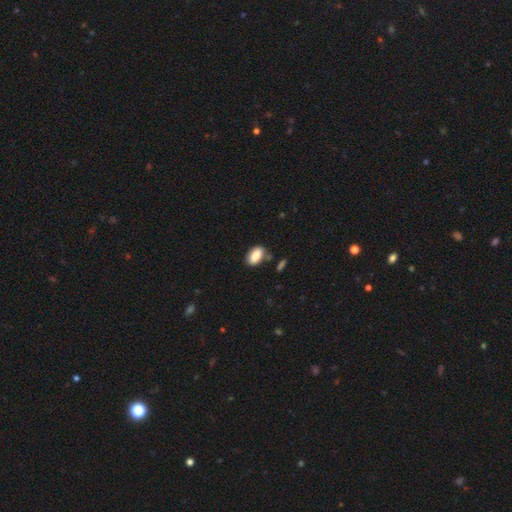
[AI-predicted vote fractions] A smooth galaxy with no disk features (86%) that is in between round and cigar-shaped (91%).

Vote fractions:
- Smooth or featured? smooth: 86% / star or artifact: 7% / featured or disk: 6%
- How rounded? in between: 91% / round: 6% / cigar-shaped: 4%
- Merging? none: 75% / minor disturbance: 15% / merger: 7% / major disturbance: 3%